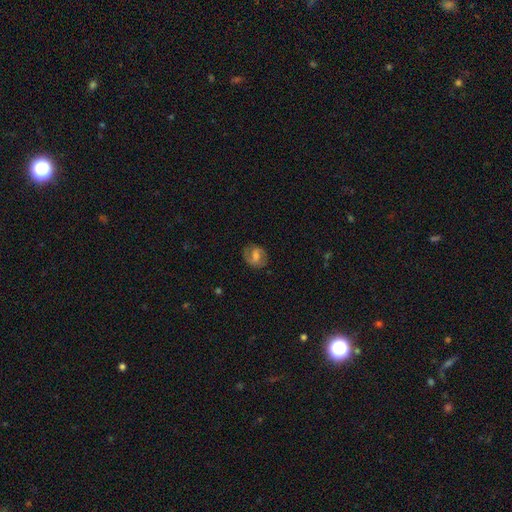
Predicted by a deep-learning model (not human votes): The model was most divided on "smooth or featured": featured or disk: 51%, smooth: 40%, star or artifact: 9%. More confident: edge-on disk — no (97%); merging — none (75%).